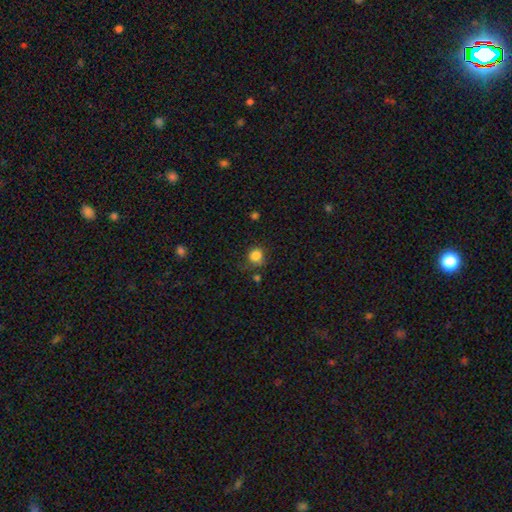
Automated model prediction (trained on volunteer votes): Smooth or featured? smooth (84%)
How rounded? round (87%)
Merging? none (70%)